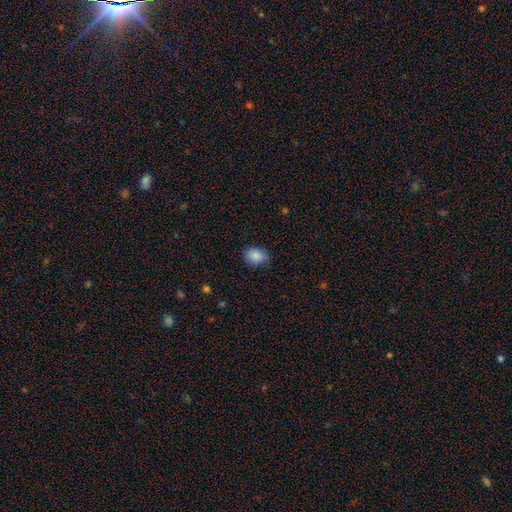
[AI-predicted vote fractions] Smooth or featured?
  - smooth: 87% *
  - star or artifact: 8%
  - featured or disk: 5%
How rounded?
  - in between: 64% *
  - round: 35%
  - cigar-shaped: 1%
Merging?
  - none: 75% *
  - minor disturbance: 20%
  - major disturbance: 4%
  - merger: 1%